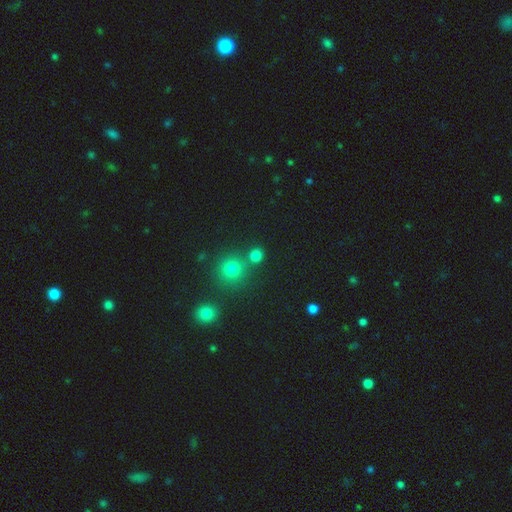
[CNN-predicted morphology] This appears to be a smooth galaxy with no disk features (76%) that is round (86%). Merging: none (72%).